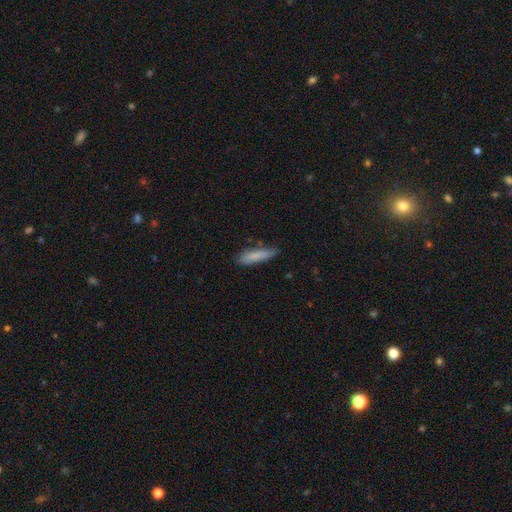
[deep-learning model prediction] A smooth galaxy with no disk features (81%) that is cigar-shaped (74%).

Vote fractions:
- Smooth or featured? smooth: 81% / featured or disk: 12% / star or artifact: 6%
- How rounded? cigar-shaped: 74% / in between: 25% / round: 2%
- Merging? none: 71% / minor disturbance: 22% / major disturbance: 4% / merger: 2%